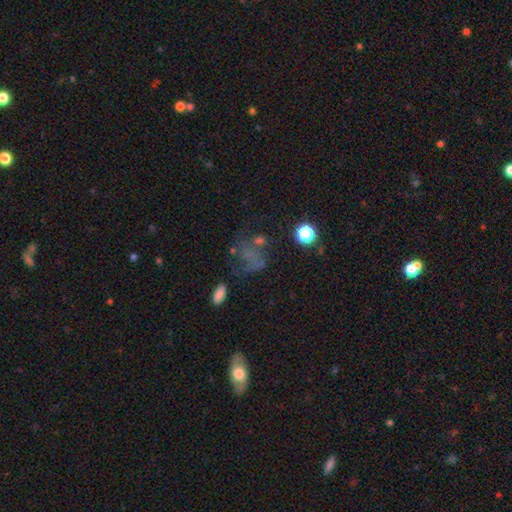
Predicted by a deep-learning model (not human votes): Morphology: type=star or artifact (40%).